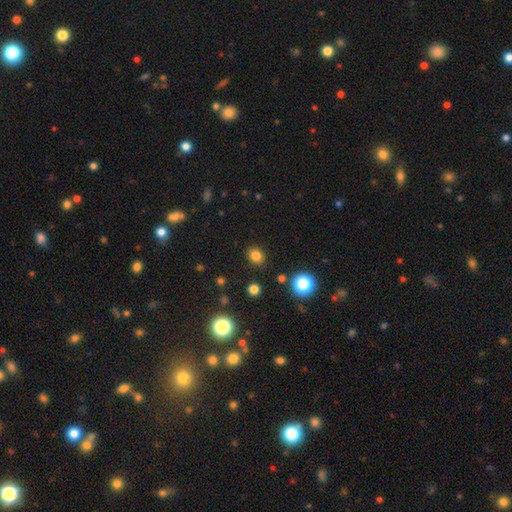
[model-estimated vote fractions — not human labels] This appears to be a smooth galaxy with no disk features (80%) that is round (59%). Merging: none (87%).